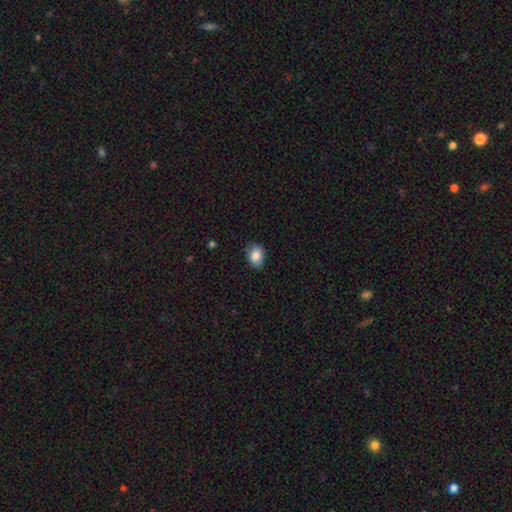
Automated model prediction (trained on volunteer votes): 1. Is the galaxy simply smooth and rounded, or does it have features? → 83% smooth, 9% star or artifact, 9% featured or disk.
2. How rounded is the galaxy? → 63% in between, 36% round, 1% cigar-shaped.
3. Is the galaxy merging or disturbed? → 76% none, 20% minor disturbance, 3% major disturbance, 1% merger.